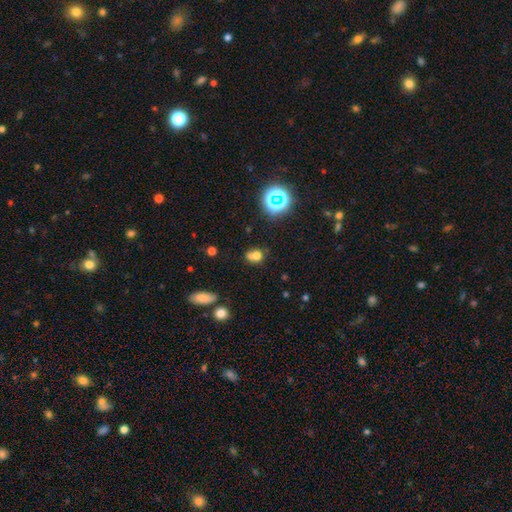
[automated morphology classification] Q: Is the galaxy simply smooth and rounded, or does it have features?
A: smooth — 65%.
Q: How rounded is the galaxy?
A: round — 66%.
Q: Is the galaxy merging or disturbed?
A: merger — 50%.